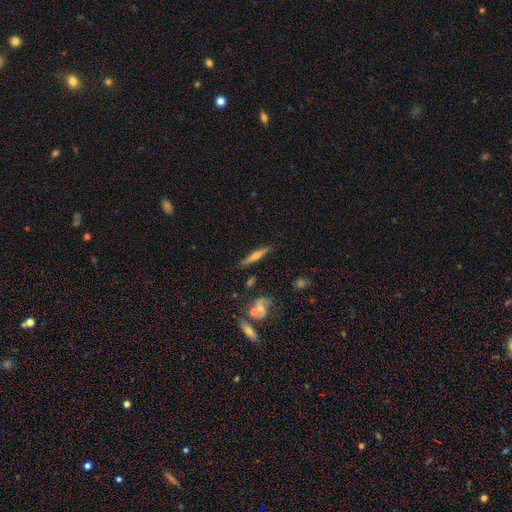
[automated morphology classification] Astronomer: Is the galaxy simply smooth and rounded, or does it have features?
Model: featured or disk — 58% (runner-up: smooth, 35%).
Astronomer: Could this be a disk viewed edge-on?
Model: yes — 92%.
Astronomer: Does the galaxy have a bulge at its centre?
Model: rounded — 85%.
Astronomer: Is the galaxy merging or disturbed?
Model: none — 84%.